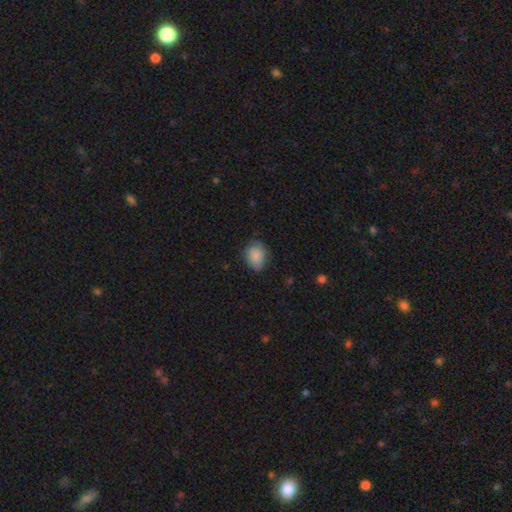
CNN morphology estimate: Smooth or featured? smooth (86%)
How rounded? in between (65%)
Merging? none (74%)